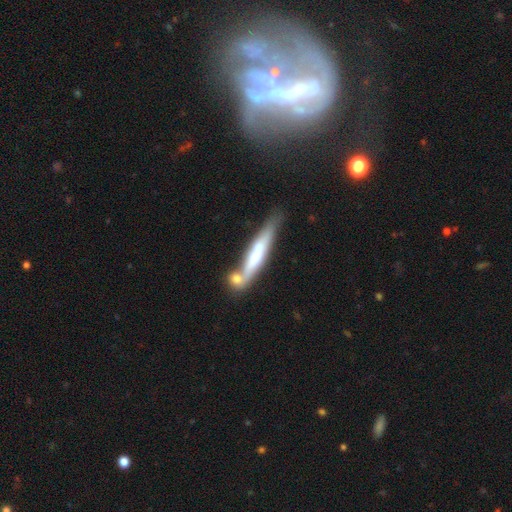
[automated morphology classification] smooth-or-featured: featured or disk: 54% | smooth: 40% | star or artifact: 5%
  disk-edge-on: yes: 82% | no: 18%
  merging: none: 43% | merger: 37% | minor disturbance: 14% | major disturbance: 6%